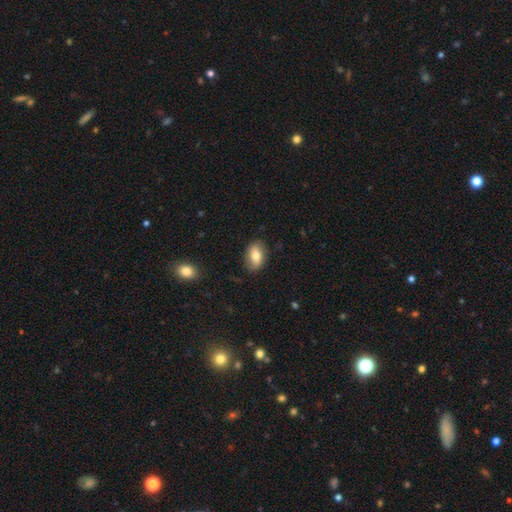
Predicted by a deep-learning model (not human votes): Smooth or featured?
  - smooth: 74% *
  - featured or disk: 19%
  - star or artifact: 7%
How rounded?
  - in between: 87% *
  - round: 11%
  - cigar-shaped: 2%
Merging?
  - none: 83% *
  - minor disturbance: 13%
  - major disturbance: 3%
  - merger: 1%